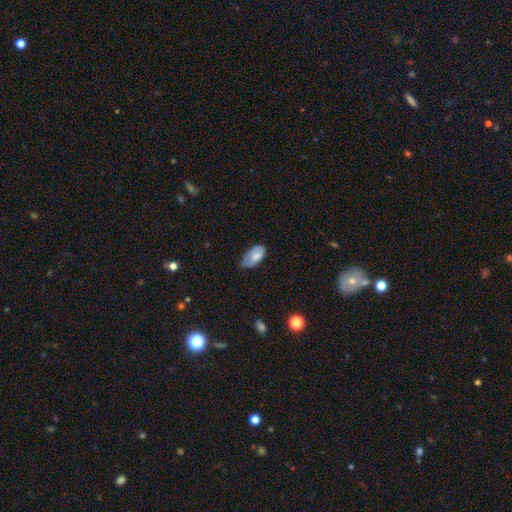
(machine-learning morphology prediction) Q: Smooth or featured?
A: smooth (72%); runner-up: featured or disk (22%)
Q: How rounded?
A: in between (94%); runner-up: round (4%)
Q: Merging?
A: none (46%); runner-up: minor disturbance (43%)